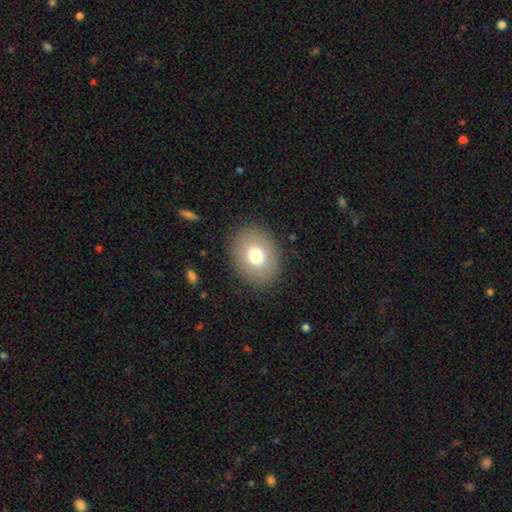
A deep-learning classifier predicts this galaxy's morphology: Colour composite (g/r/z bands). It shows a smooth galaxy with no disk features (75%) that is in between round and cigar-shaped (56%). Merging: none (88%).